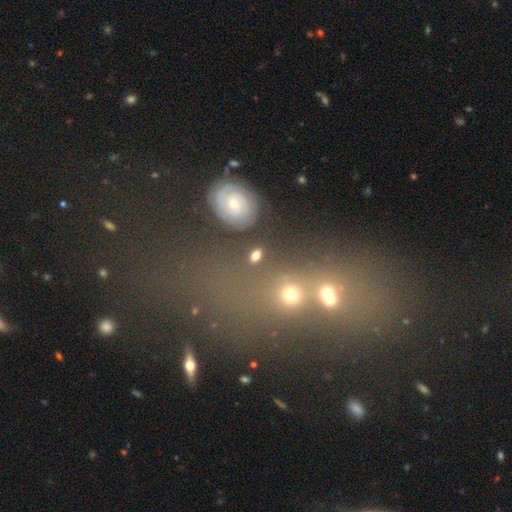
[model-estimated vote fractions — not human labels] Q: Smooth or featured?
A: smooth (67%); runner-up: featured or disk (19%)
Q: How rounded?
A: in between (74%); runner-up: round (23%)
Q: Merging?
A: none (76%); runner-up: minor disturbance (11%)